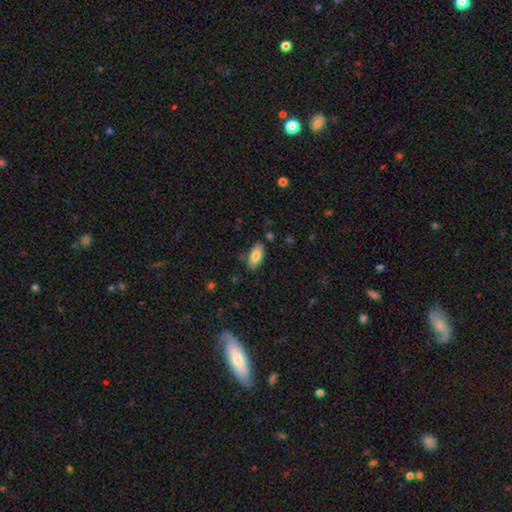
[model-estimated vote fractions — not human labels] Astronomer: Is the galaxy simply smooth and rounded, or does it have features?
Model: smooth — 83%.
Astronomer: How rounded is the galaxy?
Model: in between — 90%.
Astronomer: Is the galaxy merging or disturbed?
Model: none — 79%.